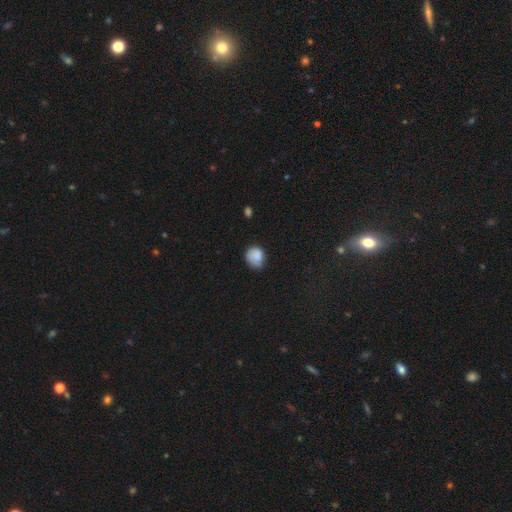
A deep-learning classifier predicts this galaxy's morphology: type=smooth (81%); roundness=round (69%); merging=none (54%).